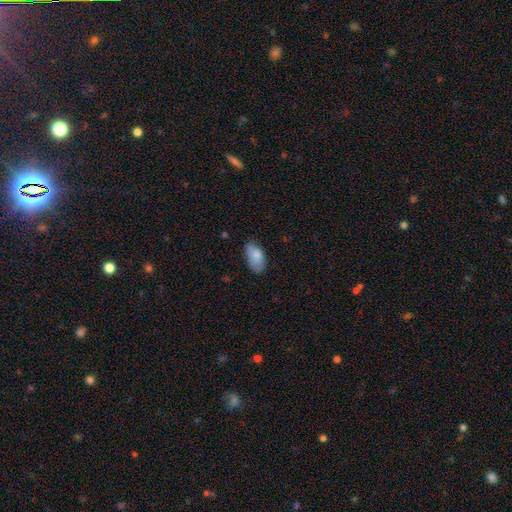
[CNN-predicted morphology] This is clearly a smooth galaxy (81%). How rounded: clearly in between (94%). Merging: likely none (65%).